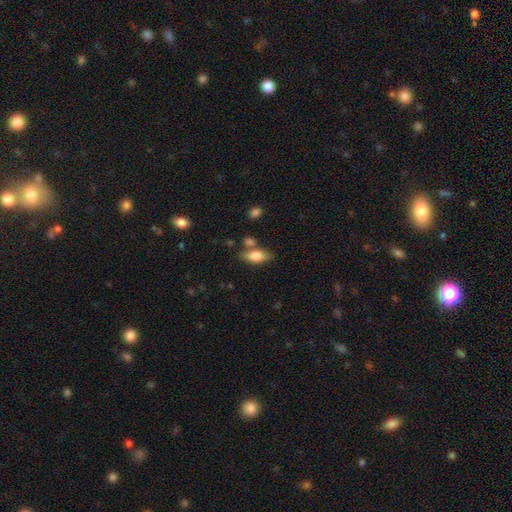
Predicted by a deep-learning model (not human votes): The model was most divided on "smooth or featured": smooth: 71%, featured or disk: 21%, star or artifact: 7%. More confident: how rounded — in between (80%); merging — none (68%).